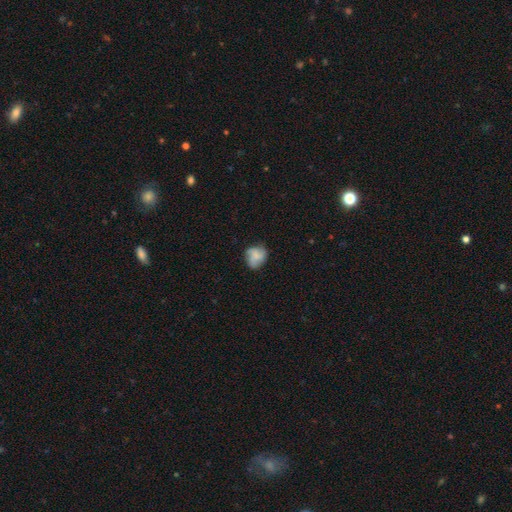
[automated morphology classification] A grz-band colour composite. It shows a smooth galaxy with no disk features (59%) that is round (64%). Merging: none (66%).